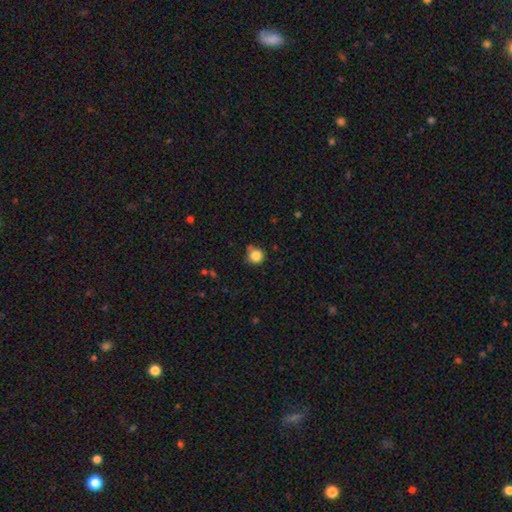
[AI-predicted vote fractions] Smooth or featured: smooth — 85% (star or artifact — 11%)
How rounded: round — 93% (in between — 7%)
Merging: none — 70% (minor disturbance — 20%)